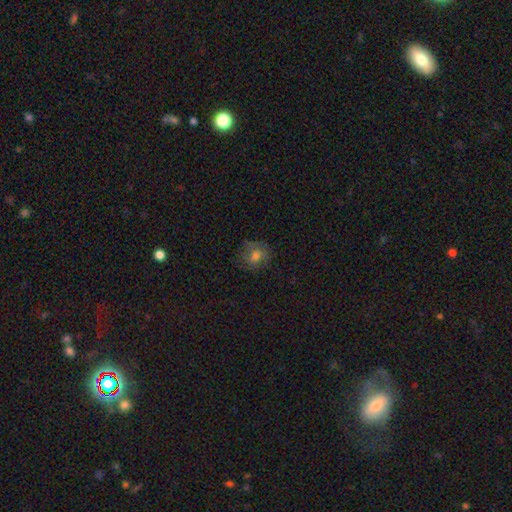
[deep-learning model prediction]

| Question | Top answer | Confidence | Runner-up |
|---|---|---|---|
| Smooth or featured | smooth | 65% | featured or disk (21%) |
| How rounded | round | 75% | in between (23%) |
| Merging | none | 69% | minor disturbance (20%) |